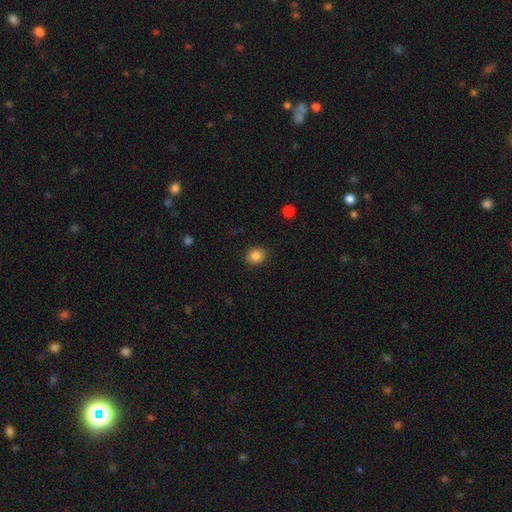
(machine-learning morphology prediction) smooth-or-featured: smooth: 86% | star or artifact: 10% | featured or disk: 4%
  how-rounded: round: 70% | in between: 30% | cigar-shaped: 1%
  merging: none: 89% | minor disturbance: 8% | major disturbance: 2% | merger: 1%